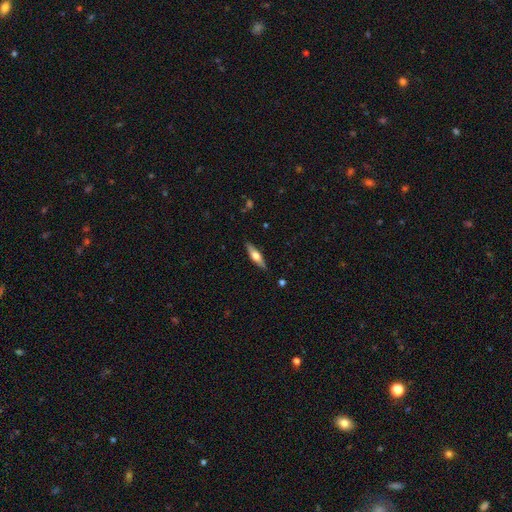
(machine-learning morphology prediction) A featured or disk galaxy (55%) viewed edge-on (94%) with a rounded central bulge (91%).

Vote fractions:
- Smooth or featured? featured or disk: 55% / smooth: 39% / star or artifact: 6%
- Edge-on disk? yes: 94% / no: 6%
- Edge-on bulge? rounded: 91% / boxy: 6% / none: 3%
- Merging? none: 87% / minor disturbance: 10% / major disturbance: 2% / merger: 1%